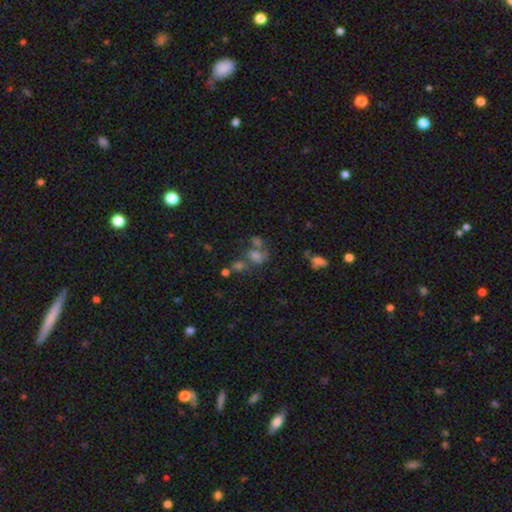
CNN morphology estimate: type=smooth (48%); merging=none (38%).